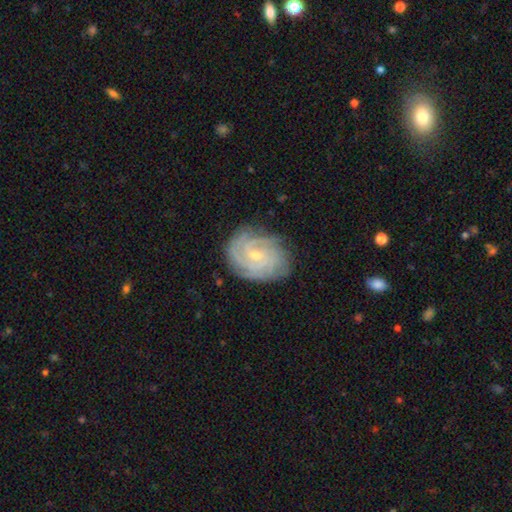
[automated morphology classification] Smooth or featured? Predicted: featured or disk (p=0.85). Edge-on disk? Predicted: no (p=0.97). Bar? Predicted: no (p=0.61). Spiral arms? Predicted: yes (p=0.97). Spiral winding? Predicted: tight (p=0.77). Spiral arm count? Predicted: can't tell (p=0.29). Bulge size? Predicted: small (p=0.63). Merging? Predicted: none (p=0.80).